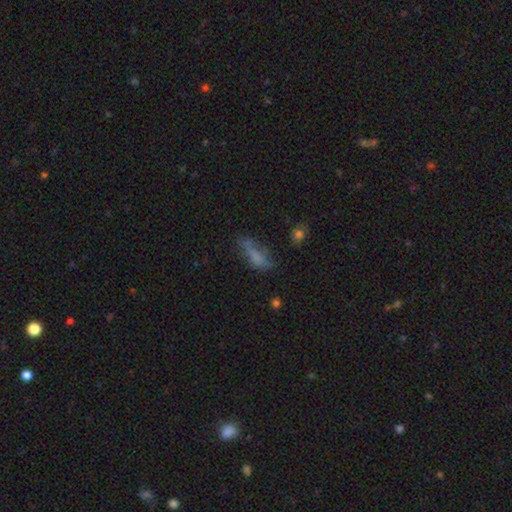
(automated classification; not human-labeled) A smooth galaxy with no disk features (64%) that is in between round and cigar-shaped (51%). Merging: none (42%).